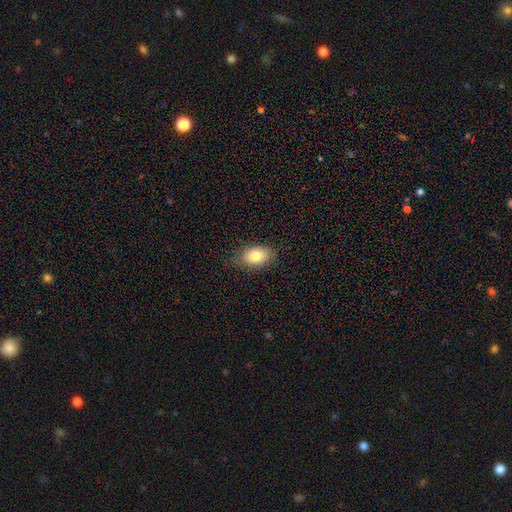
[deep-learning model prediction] Smooth or featured? smooth (80%)
How rounded? in between (88%)
Merging? none (81%)